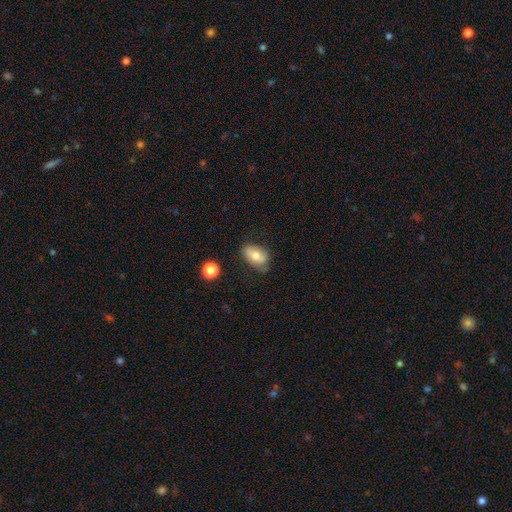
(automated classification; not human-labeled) Q: Smooth or featured?
A: smooth (70%); runner-up: featured or disk (22%)
Q: How rounded?
A: in between (86%); runner-up: round (12%)
Q: Merging?
A: none (64%); runner-up: minor disturbance (28%)